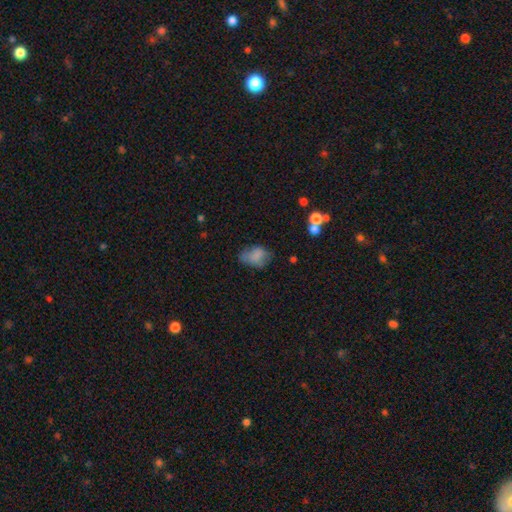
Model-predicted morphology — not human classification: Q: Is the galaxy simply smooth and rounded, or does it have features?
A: smooth — 74%.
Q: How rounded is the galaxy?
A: in between — 81%.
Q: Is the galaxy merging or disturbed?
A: none — 51%.